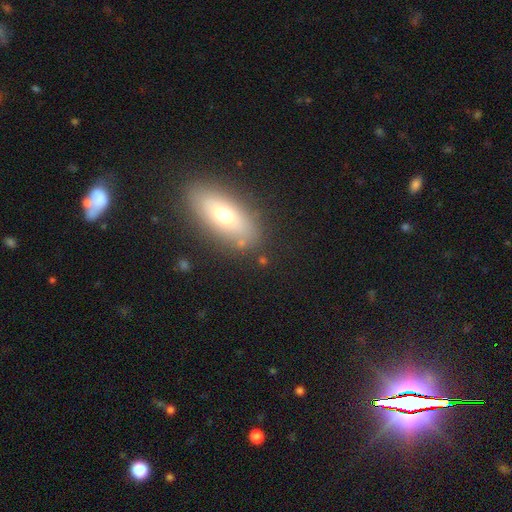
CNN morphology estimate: Smooth or featured? Predicted: smooth (p=0.44). Merging? Predicted: none (p=0.84).